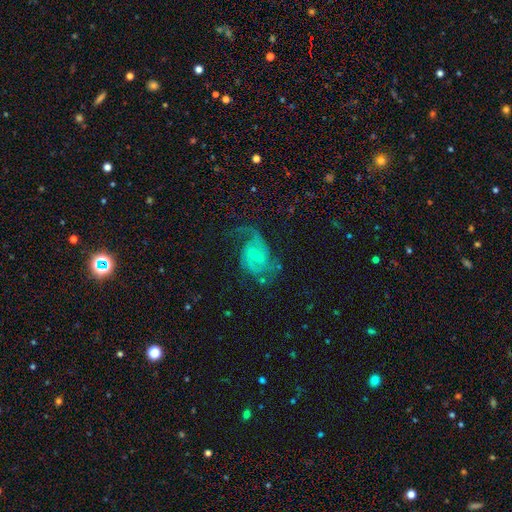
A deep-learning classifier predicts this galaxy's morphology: A featured or disk galaxy (83%) with no bar (60%), 2 (65%) medium (46%) spiral arms (95%) and a small central bulge (72%).

Vote fractions:
- Smooth or featured? featured or disk: 83% / smooth: 9% / star or artifact: 7%
- Edge-on disk? no: 97% / yes: 3%
- Bar? no: 60% / weak: 34% / strong: 6%
- Spiral arms? yes: 95% / no: 5%
- Spiral winding? medium: 46% / loose: 34% / tight: 20%
- Spiral arm count? 2: 65% / 1: 11% / can't tell: 11% / 3: 8% / 4: 3% / more than 4: 3%
- Bulge size? small: 72% / moderate: 23% / none: 3% / large: 1% / dominant: 1%
- Merging? none: 55% / major disturbance: 22% / minor disturbance: 21% / merger: 2%